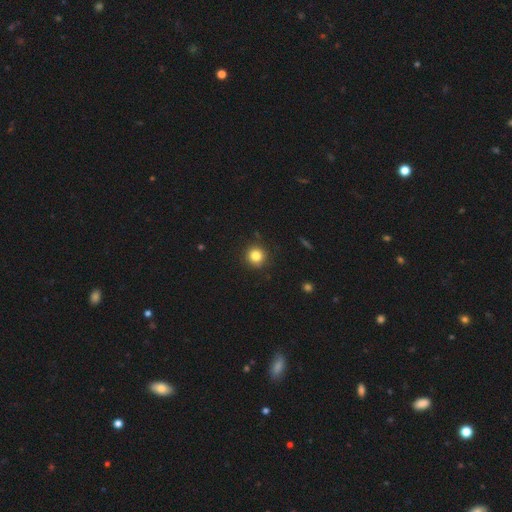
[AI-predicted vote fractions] Smooth or featured?
  - smooth: 83% *
  - star or artifact: 12%
  - featured or disk: 6%
How rounded?
  - round: 93% *
  - in between: 6%
  - cigar-shaped: 1%
Merging?
  - none: 90% *
  - minor disturbance: 7%
  - major disturbance: 2%
  - merger: 1%